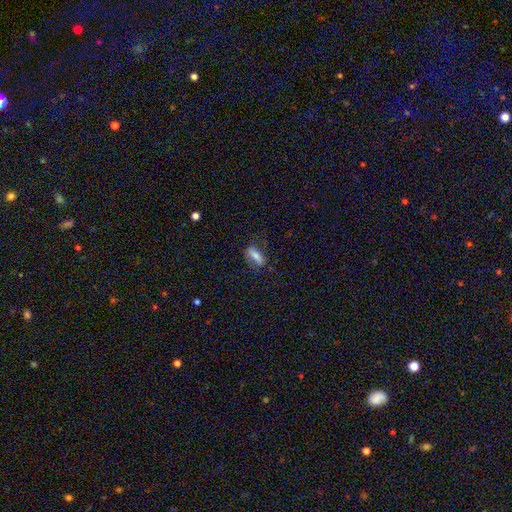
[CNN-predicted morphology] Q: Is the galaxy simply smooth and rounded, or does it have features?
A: smooth — 65%.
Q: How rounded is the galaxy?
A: in between — 62%.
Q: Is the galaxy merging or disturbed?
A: none — 69%.